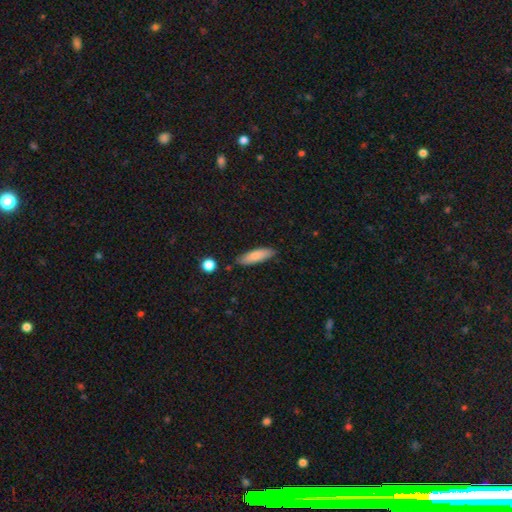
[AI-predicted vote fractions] smooth_or_featured: smooth (p=0.82) [alt: featured or disk p=0.12]
how_rounded: cigar-shaped (p=0.54) [alt: in between p=0.44]
merging: none (p=0.84) [alt: minor disturbance p=0.12]